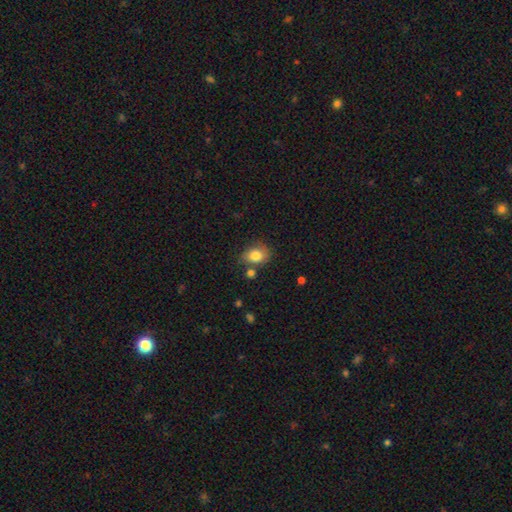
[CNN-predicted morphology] smooth 82%, featured or disk 9%, star or artifact 9%. Down the decision tree: how rounded — in between (59%); merging — none (66%).